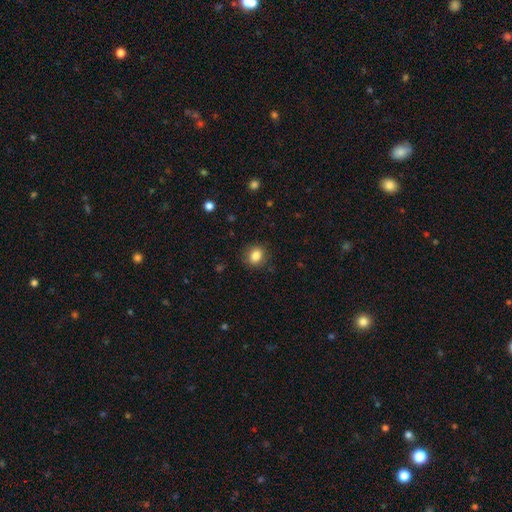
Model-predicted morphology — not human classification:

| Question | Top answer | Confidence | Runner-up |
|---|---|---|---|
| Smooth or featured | smooth | 85% | star or artifact (10%) |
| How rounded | round | 64% | in between (35%) |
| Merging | none | 85% | minor disturbance (10%) |